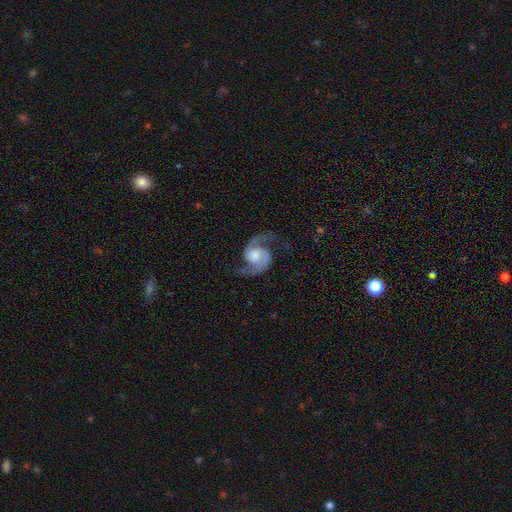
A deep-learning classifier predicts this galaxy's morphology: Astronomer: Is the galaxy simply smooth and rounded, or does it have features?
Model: featured or disk — 92%.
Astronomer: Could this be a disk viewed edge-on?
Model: no — 98%.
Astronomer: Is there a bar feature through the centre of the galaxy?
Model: no — 65%.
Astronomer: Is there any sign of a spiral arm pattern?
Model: yes — 98%.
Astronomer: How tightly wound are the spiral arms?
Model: medium — 54% (runner-up: loose, 33%).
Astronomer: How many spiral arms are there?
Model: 2 — 95%.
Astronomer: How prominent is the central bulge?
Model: moderate — 33% (runner-up: large, 32%).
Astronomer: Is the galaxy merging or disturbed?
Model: none — 79%.